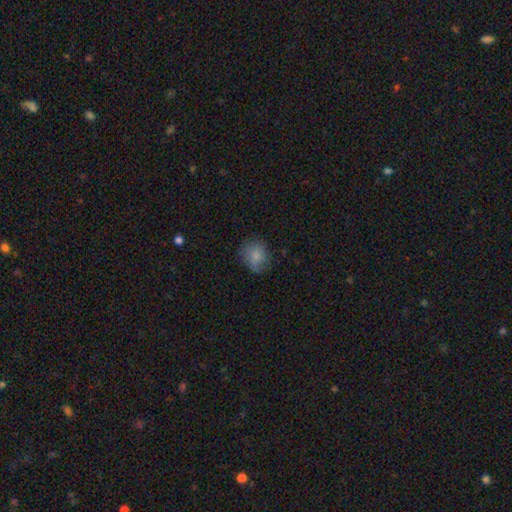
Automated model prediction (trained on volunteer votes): Smooth or featured? Predicted: smooth (p=0.79). How rounded? Predicted: round (p=0.74). Merging? Predicted: none (p=0.69).